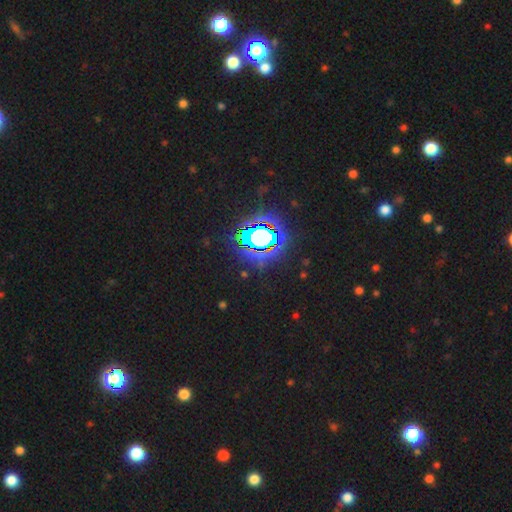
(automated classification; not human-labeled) This is clearly a star or artifact rather than a galaxy (84%).